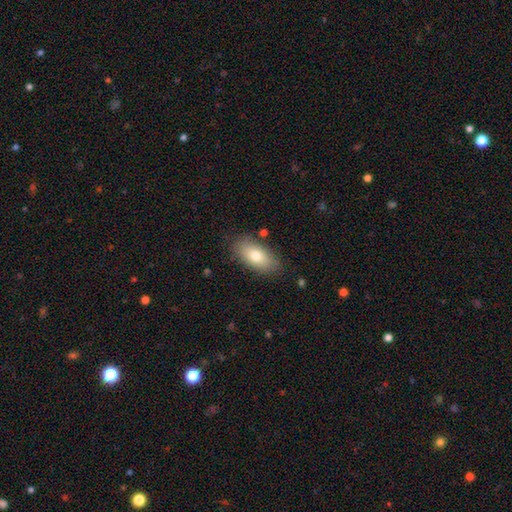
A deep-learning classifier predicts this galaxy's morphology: Q: Smooth or featured?
A: smooth (76%); runner-up: featured or disk (17%)
Q: How rounded?
A: in between (90%); runner-up: cigar-shaped (7%)
Q: Merging?
A: none (82%); runner-up: minor disturbance (13%)